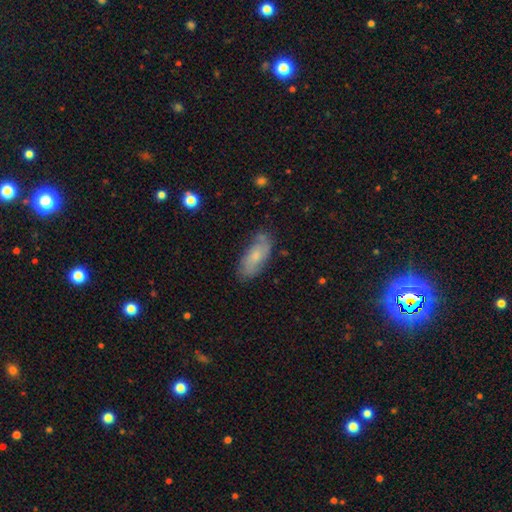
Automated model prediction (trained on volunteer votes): This is likely a smooth galaxy (63%). How rounded: clearly in between (80%). Merging: likely none (69%).